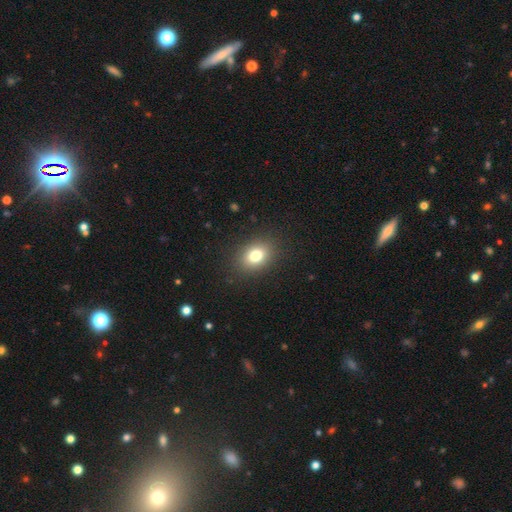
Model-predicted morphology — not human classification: Q: Smooth or featured?
A: smooth (78%); runner-up: star or artifact (12%)
Q: How rounded?
A: in between (65%); runner-up: round (34%)
Q: Merging?
A: none (87%); runner-up: minor disturbance (8%)